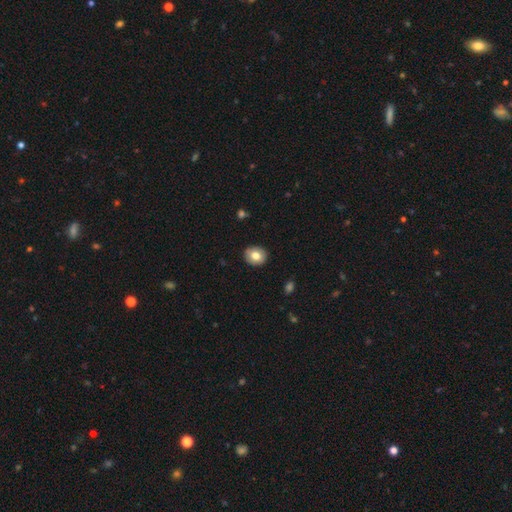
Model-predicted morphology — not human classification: The model was most divided on "how rounded": round: 68%, in between: 31%, cigar-shaped: 1%. More confident: merging — none (90%); smooth or featured — smooth (76%).